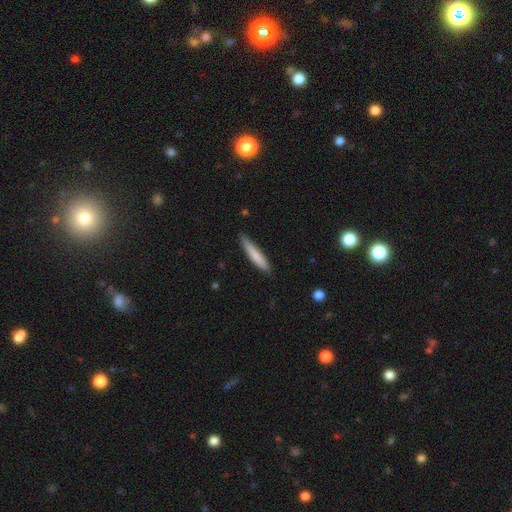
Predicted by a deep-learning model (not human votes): Morphology: type=smooth (79%); roundness=cigar-shaped (91%); merging=none (83%).